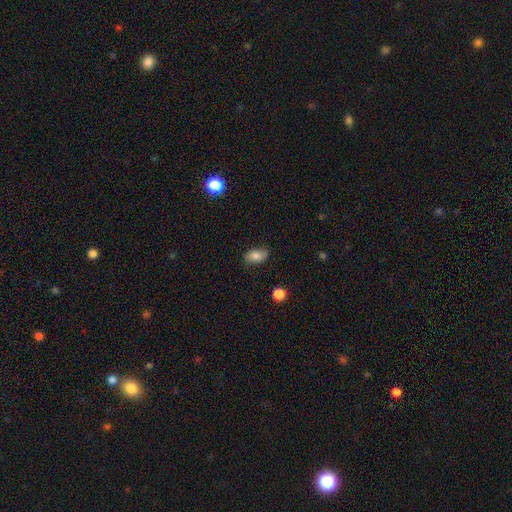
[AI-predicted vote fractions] A smooth galaxy with no disk features (78%) that is in between round and cigar-shaped (90%).

Vote fractions:
- Smooth or featured? smooth: 78% / featured or disk: 13% / star or artifact: 9%
- How rounded? in between: 90% / round: 8% / cigar-shaped: 2%
- Merging? none: 79% / minor disturbance: 17% / major disturbance: 3% / merger: 1%